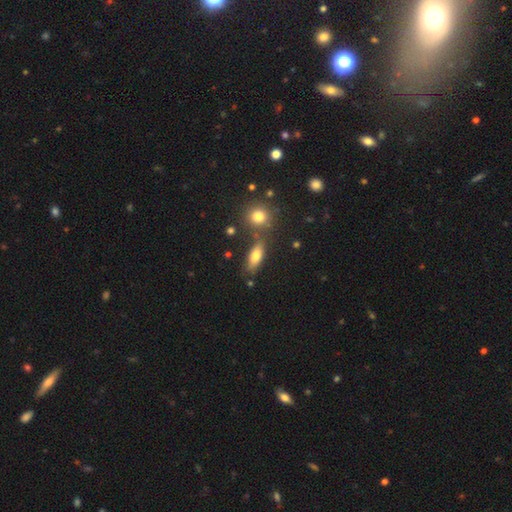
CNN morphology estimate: This appears to be a smooth galaxy with no disk features (72%) that is in between round and cigar-shaped (69%). Merging: none (71%).